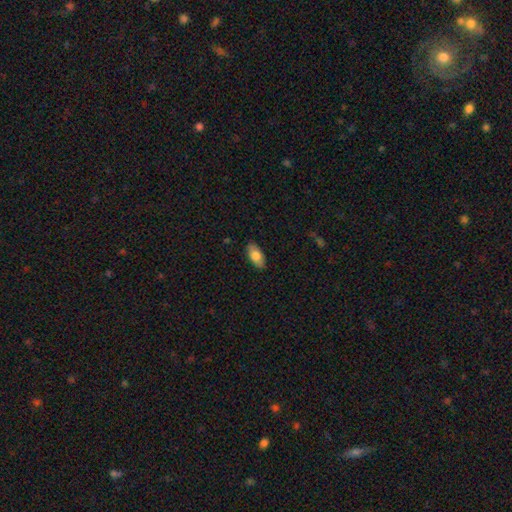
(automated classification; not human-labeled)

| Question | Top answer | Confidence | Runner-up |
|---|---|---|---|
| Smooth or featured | smooth | 79% | featured or disk (14%) |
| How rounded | in between | 91% | cigar-shaped (6%) |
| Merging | none | 88% | minor disturbance (9%) |